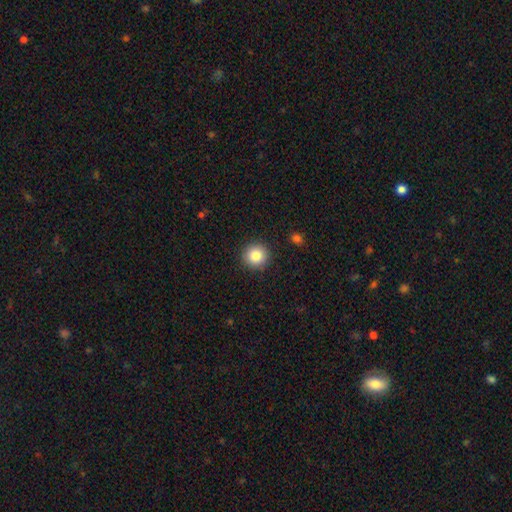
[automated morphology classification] A smooth galaxy with no disk features (85%) that is round (94%).

Vote fractions:
- Smooth or featured? smooth: 85% / star or artifact: 9% / featured or disk: 6%
- How rounded? round: 94% / in between: 5% / cigar-shaped: 1%
- Merging? none: 92% / minor disturbance: 5% / major disturbance: 2% / merger: 1%